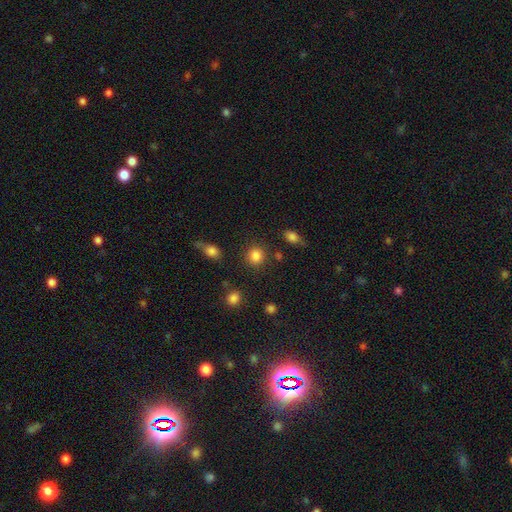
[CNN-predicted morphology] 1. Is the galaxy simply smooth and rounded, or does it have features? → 85% smooth, 11% star or artifact, 4% featured or disk.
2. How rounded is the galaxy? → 86% round, 13% in between, 1% cigar-shaped.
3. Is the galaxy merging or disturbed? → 84% none, 8% minor disturbance, 4% merger, 4% major disturbance.